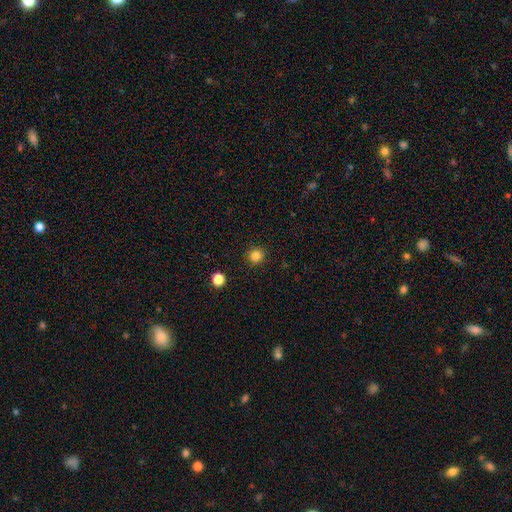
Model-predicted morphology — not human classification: The model was most divided on "smooth or featured": smooth: 83%, star or artifact: 12%, featured or disk: 5%. More confident: how rounded — round (92%); merging — none (92%).